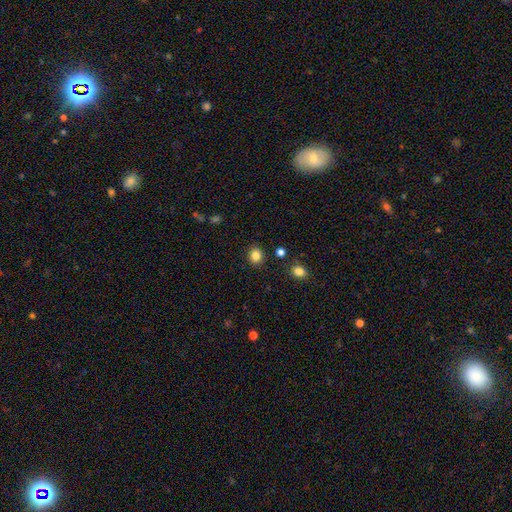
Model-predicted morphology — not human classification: Smooth or featured? Predicted: smooth (p=0.83). How rounded? Predicted: round (p=0.73). Merging? Predicted: none (p=0.88).